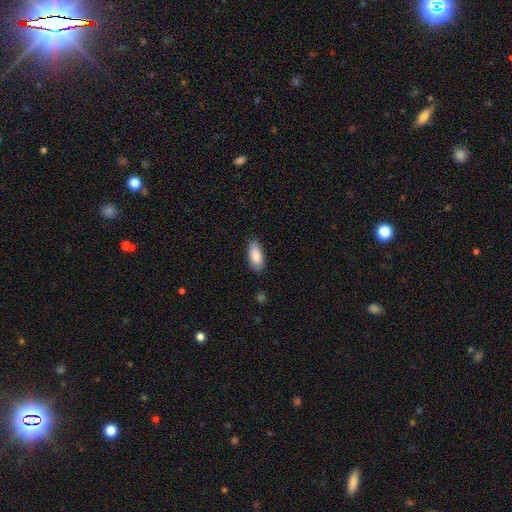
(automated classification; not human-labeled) Q: Smooth or featured?
A: smooth (89%); runner-up: star or artifact (6%)
Q: How rounded?
A: in between (89%); runner-up: cigar-shaped (10%)
Q: Merging?
A: none (85%); runner-up: minor disturbance (11%)